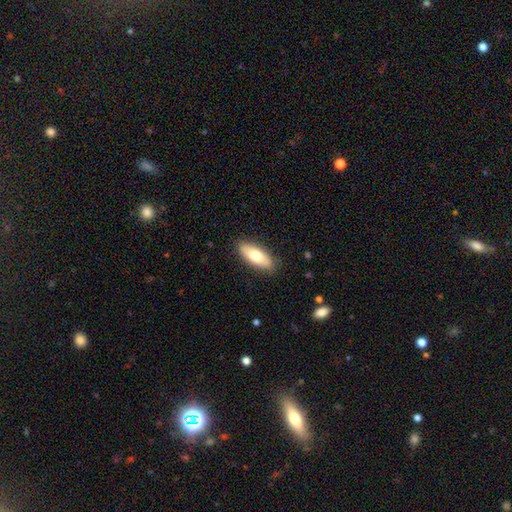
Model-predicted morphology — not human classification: Smooth or featured? smooth (71%)
How rounded? in between (73%)
Merging? none (87%)